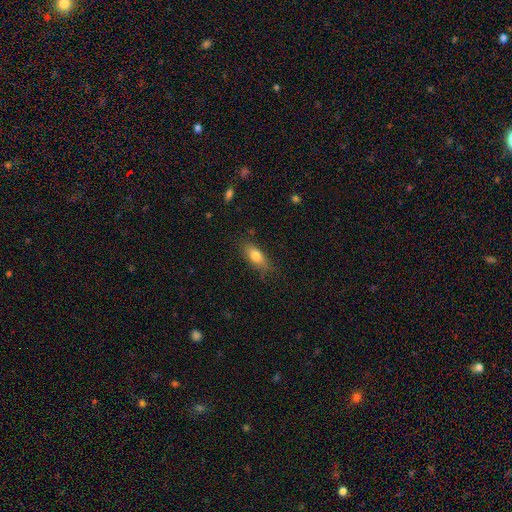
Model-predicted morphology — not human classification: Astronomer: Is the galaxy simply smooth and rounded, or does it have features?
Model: smooth — 78%.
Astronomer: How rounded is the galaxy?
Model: in between — 78%.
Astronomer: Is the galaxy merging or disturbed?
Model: none — 76%.